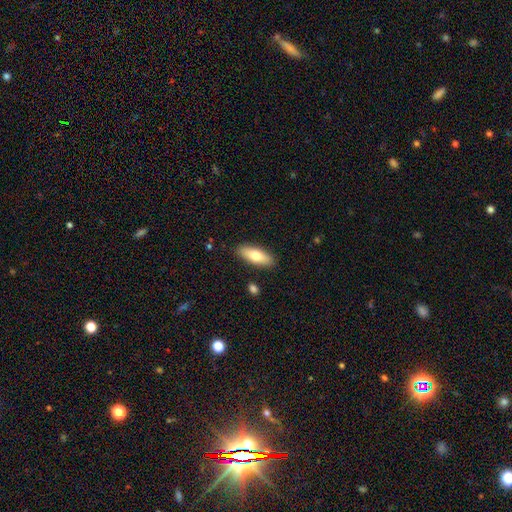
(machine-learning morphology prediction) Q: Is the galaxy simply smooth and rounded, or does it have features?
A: smooth — 73%.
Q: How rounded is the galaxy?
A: in between — 67%.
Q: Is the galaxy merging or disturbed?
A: none — 87%.